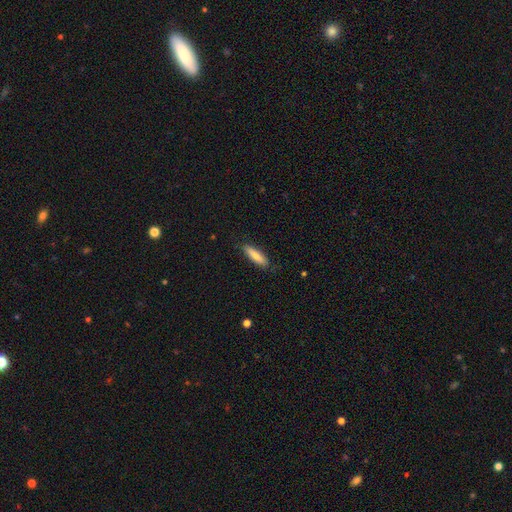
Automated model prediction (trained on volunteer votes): smooth-or-featured: smooth: 80% | featured or disk: 14% | star or artifact: 6%
  how-rounded: cigar-shaped: 70% | in between: 29% | round: 2%
  merging: none: 85% | minor disturbance: 12% | major disturbance: 2% | merger: 1%